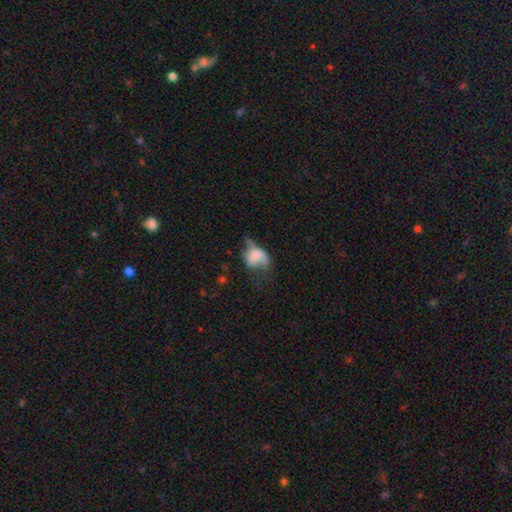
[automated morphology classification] Q: Smooth or featured?
A: smooth (56%); runner-up: featured or disk (34%)
Q: How rounded?
A: in between (67%); runner-up: round (31%)
Q: Merging?
A: major disturbance (38%); runner-up: minor disturbance (30%)